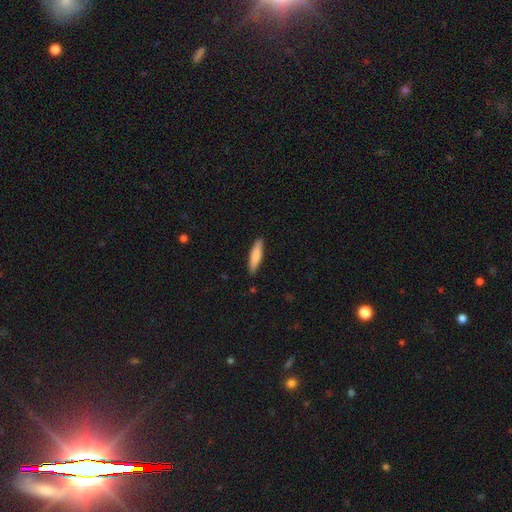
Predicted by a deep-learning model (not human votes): Morphology: type=smooth (79%); roundness=cigar-shaped (81%); merging=none (89%).